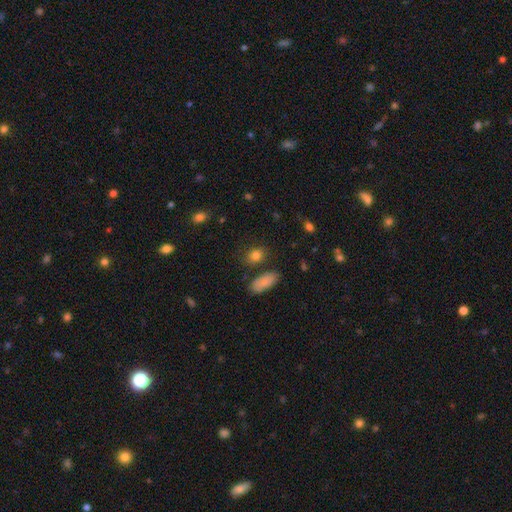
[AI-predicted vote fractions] Q: Smooth or featured?
A: smooth (83%); runner-up: star or artifact (11%)
Q: How rounded?
A: in between (51%); runner-up: round (46%)
Q: Merging?
A: none (77%); runner-up: minor disturbance (12%)